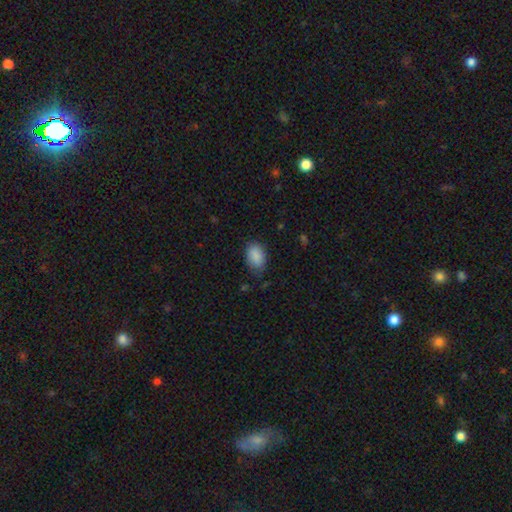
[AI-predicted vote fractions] A smooth galaxy with no disk features (88%) that is in between round and cigar-shaped (89%). Merging: none (73%).